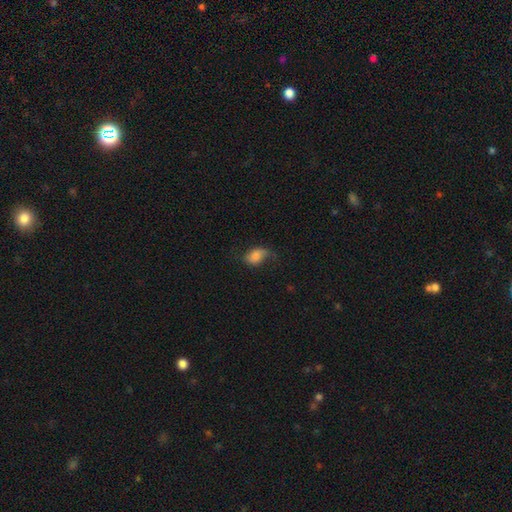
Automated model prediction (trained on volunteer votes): smooth 73%, featured or disk 19%, star or artifact 8%. Down the decision tree: how rounded — in between (84%); merging — none (49%).